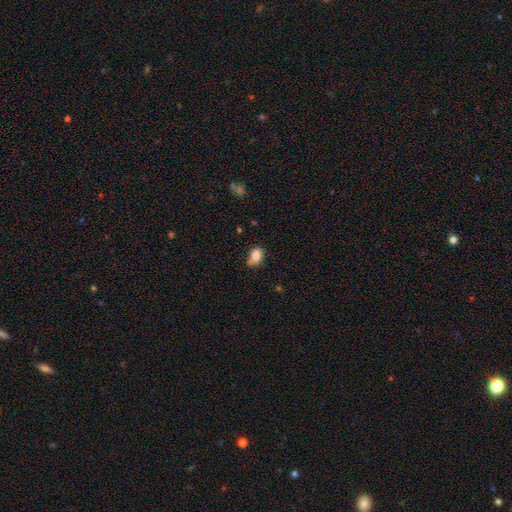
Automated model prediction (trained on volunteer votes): Smooth or featured?
  - smooth: 81% *
  - featured or disk: 10%
  - star or artifact: 9%
How rounded?
  - in between: 76% *
  - round: 22%
  - cigar-shaped: 2%
Merging?
  - none: 59% *
  - minor disturbance: 29%
  - major disturbance: 6%
  - merger: 6%